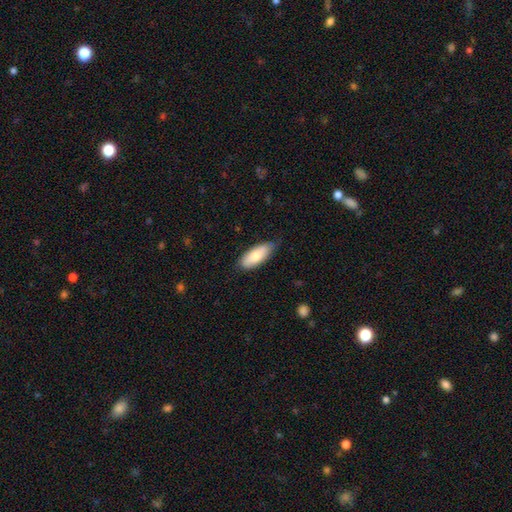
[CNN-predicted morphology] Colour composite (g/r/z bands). It shows a smooth galaxy with no disk features (77%) that is in between round and cigar-shaped (82%). Merging: none (74%).